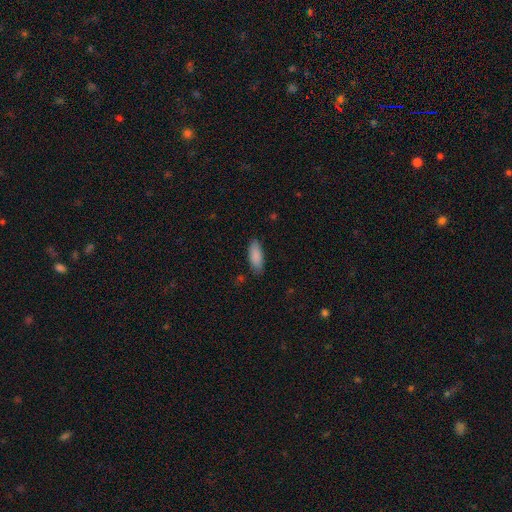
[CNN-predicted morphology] A smooth galaxy with no disk features (88%) that is in between round and cigar-shaped (73%). Merging: none (82%).